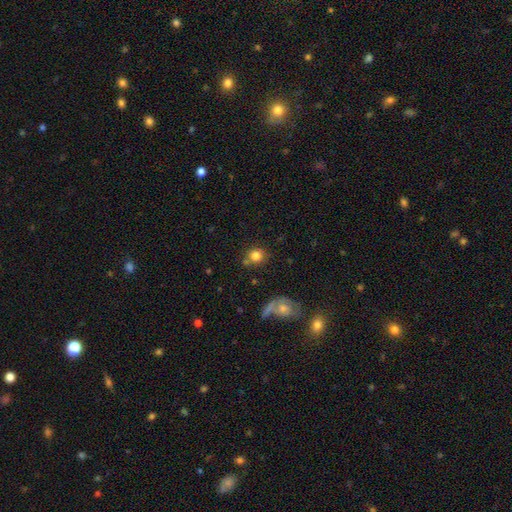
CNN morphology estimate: Q: Smooth or featured?
A: smooth (80%); runner-up: star or artifact (10%)
Q: How rounded?
A: round (86%); runner-up: in between (13%)
Q: Merging?
A: none (70%); runner-up: merger (14%)